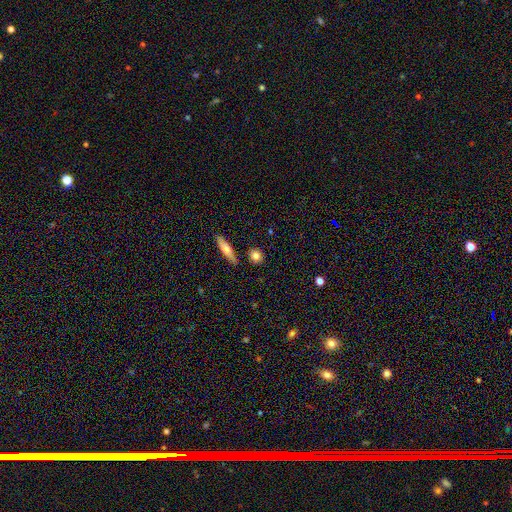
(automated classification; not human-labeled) Smooth or featured: smooth — 81% (featured or disk — 10%)
How rounded: round — 70% (in between — 21%)
Merging: none — 85% (minor disturbance — 9%)